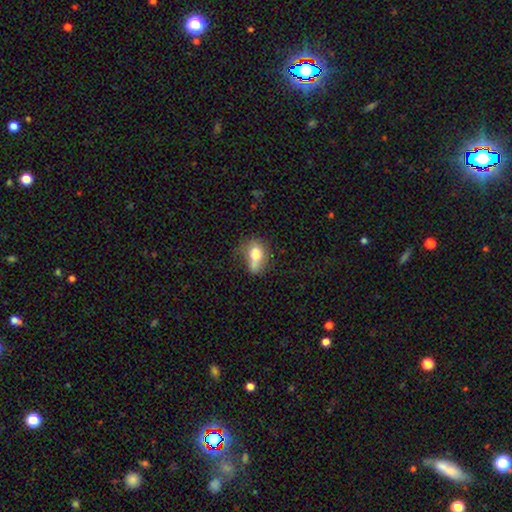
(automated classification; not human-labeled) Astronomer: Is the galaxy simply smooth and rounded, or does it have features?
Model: smooth — 72%.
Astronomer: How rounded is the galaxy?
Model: in between — 76%.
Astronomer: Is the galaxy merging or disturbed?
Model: merger — 30% (runner-up: none, 27%).